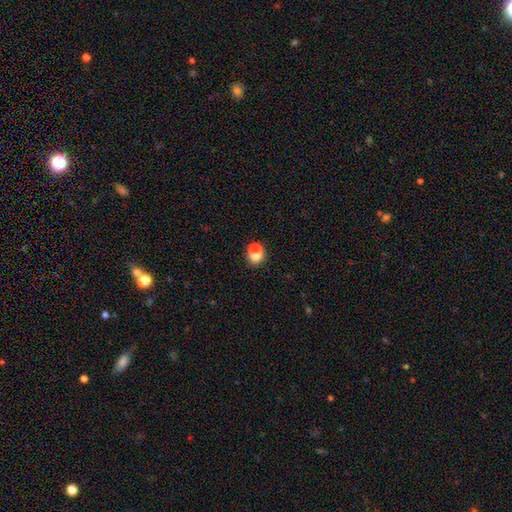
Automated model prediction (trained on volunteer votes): Overall: smooth (69%). How rounded: round (72%). Merging: merger (56%; none 34%).